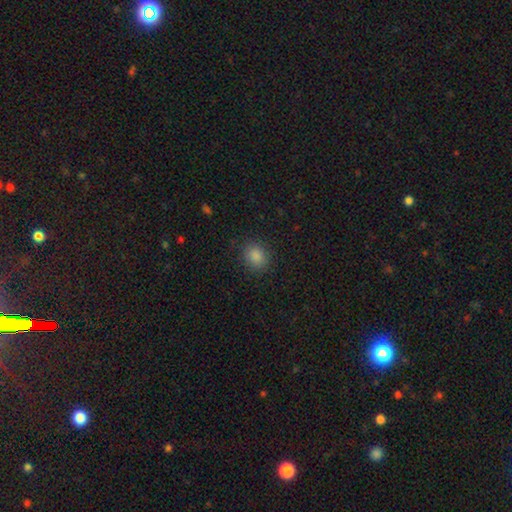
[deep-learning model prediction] Smooth or featured? smooth (84%)
How rounded? round (63%)
Merging? none (88%)